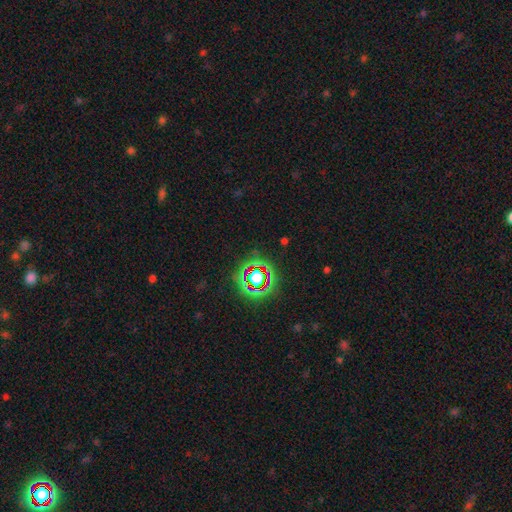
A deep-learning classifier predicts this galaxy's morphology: This appears to be a star or artifact, not a galaxy (74%).